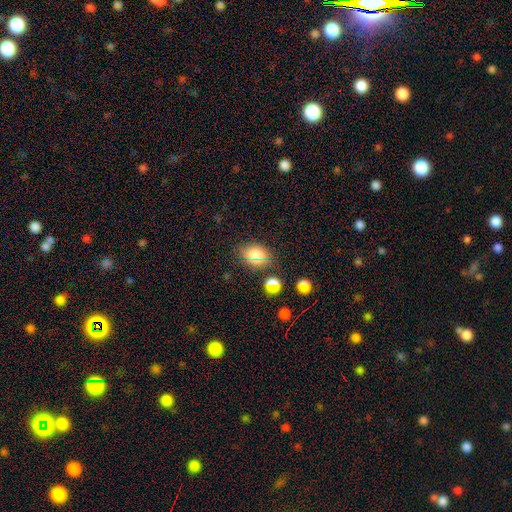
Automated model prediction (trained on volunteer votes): The model was most divided on "how rounded": in between: 72%, round: 26%, cigar-shaped: 2%. More confident: merging — none (79%); smooth or featured — smooth (71%).